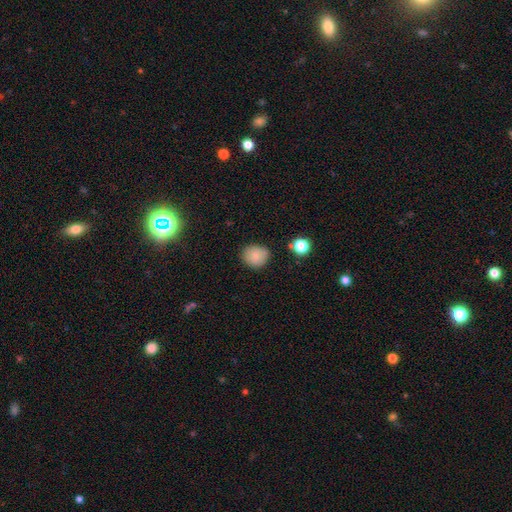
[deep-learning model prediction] Smooth or featured? Predicted: smooth (p=0.84). How rounded? Predicted: round (p=0.79). Merging? Predicted: none (p=0.80).